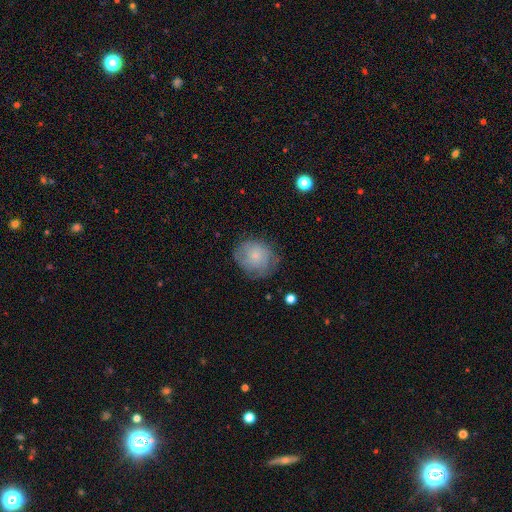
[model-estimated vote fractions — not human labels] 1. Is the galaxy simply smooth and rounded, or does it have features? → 56% smooth, 36% featured or disk, 8% star or artifact.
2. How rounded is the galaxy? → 74% round, 25% in between, 1% cigar-shaped.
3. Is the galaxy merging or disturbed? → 69% none, 21% minor disturbance, 8% major disturbance, 1% merger.